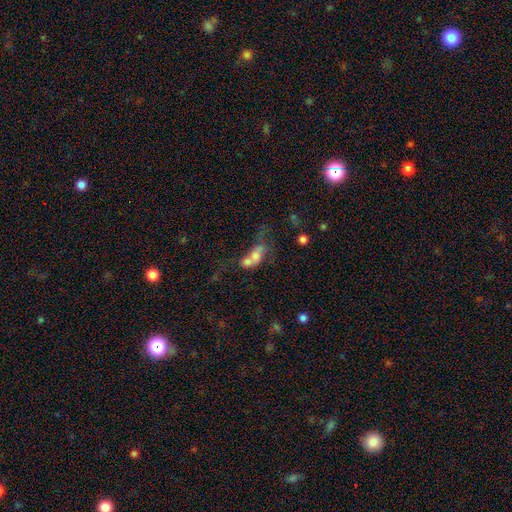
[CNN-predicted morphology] A smooth galaxy with no disk features (57%) that is in between round and cigar-shaped (62%).

Vote fractions:
- Smooth or featured? smooth: 57% / featured or disk: 30% / star or artifact: 13%
- How rounded? in between: 62% / round: 32% / cigar-shaped: 5%
- Merging? merger: 71% / none: 12% / major disturbance: 10% / minor disturbance: 6%